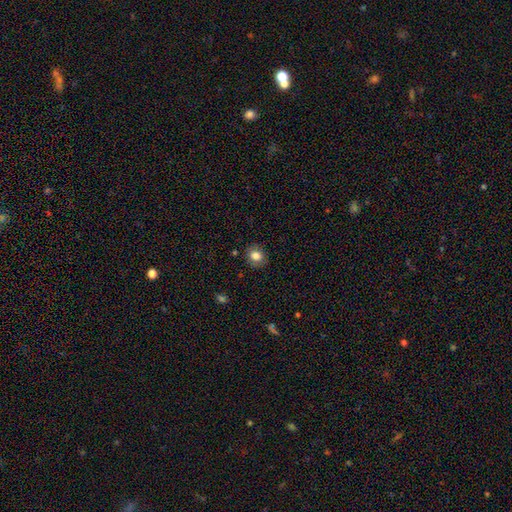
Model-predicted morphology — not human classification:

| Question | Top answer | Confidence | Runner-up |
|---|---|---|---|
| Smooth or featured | smooth | 81% | star or artifact (10%) |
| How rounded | round | 70% | in between (29%) |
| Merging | none | 87% | minor disturbance (10%) |